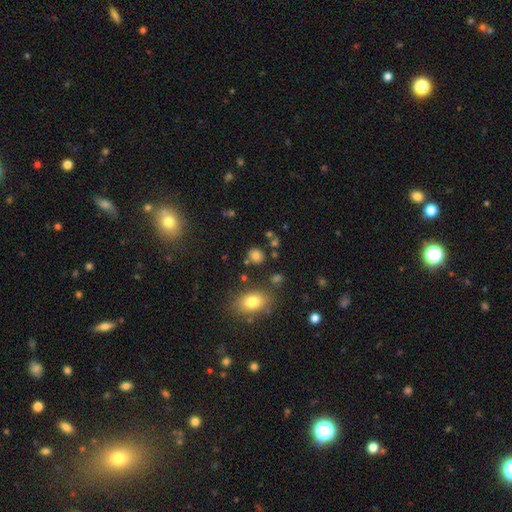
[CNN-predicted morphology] smooth_or_featured: smooth (p=0.79) [alt: star or artifact p=0.14]
how_rounded: round (p=0.71) [alt: in between p=0.27]
merging: none (p=0.82) [alt: minor disturbance p=0.10]